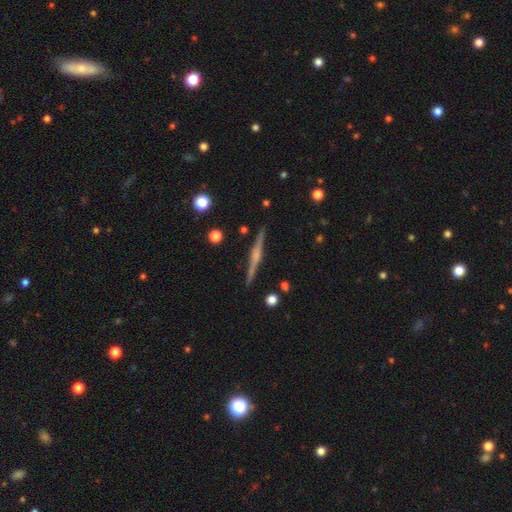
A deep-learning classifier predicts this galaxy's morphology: smooth-or-featured: featured or disk: 78% | smooth: 16% | star or artifact: 6%
  disk-edge-on: yes: 98% | no: 2%
    edge-on-bulge: rounded: 70% | boxy: 15% | none: 15%
  merging: none: 91% | minor disturbance: 6% | major disturbance: 1% | merger: 1%